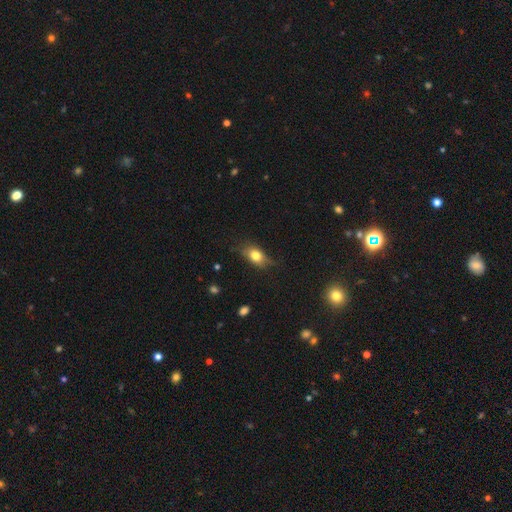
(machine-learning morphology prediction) A smooth galaxy with no disk features (75%) that is in between round and cigar-shaped (78%). Merging: none (70%).